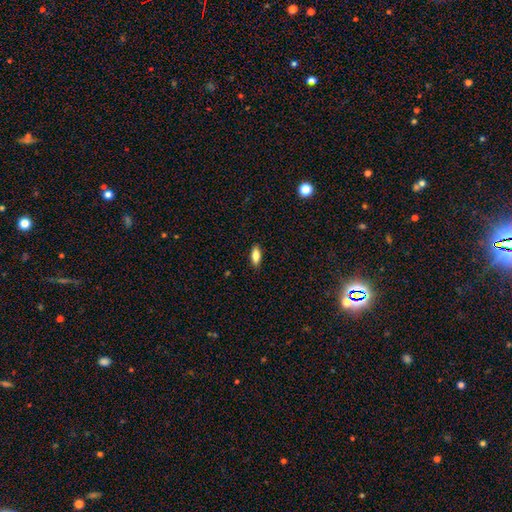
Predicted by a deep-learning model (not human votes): Q: Smooth or featured?
A: smooth (83%); runner-up: featured or disk (10%)
Q: How rounded?
A: in between (80%); runner-up: cigar-shaped (17%)
Q: Merging?
A: none (89%); runner-up: minor disturbance (8%)